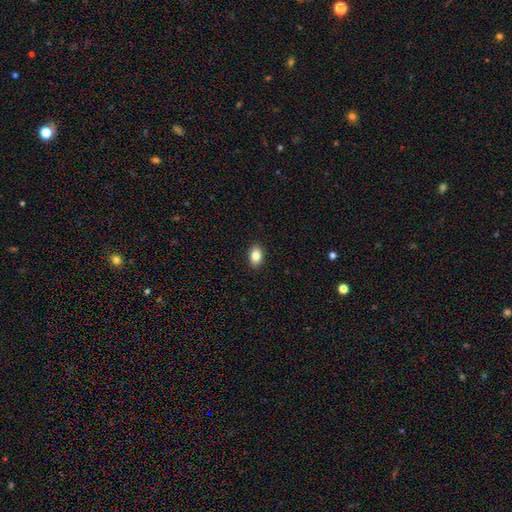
Smooth or featured? smooth (92%)
How rounded? in between (79%)
Merging? none (83%)